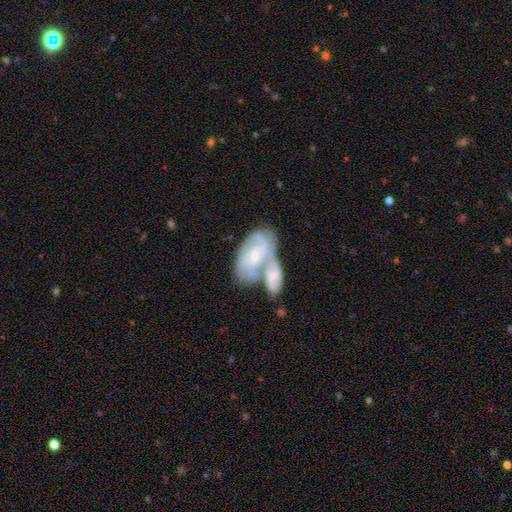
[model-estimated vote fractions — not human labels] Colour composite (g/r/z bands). It shows a featured or disk galaxy (67%) with no bar (64%), tight (51%) spiral arms (79%) and a small central bulge (66%). Merging: merger (65%).